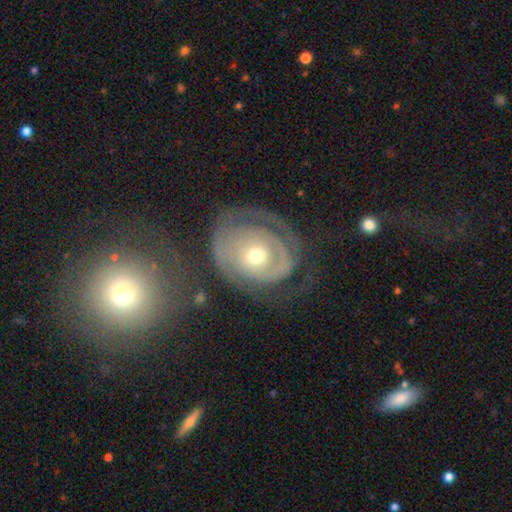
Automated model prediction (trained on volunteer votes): Smooth or featured?
  - featured or disk: 77% *
  - smooth: 17%
  - star or artifact: 6%
Edge-on disk?
  - no: 96% *
  - yes: 4%
Bar?
  - no: 79% *
  - weak: 16%
  - strong: 5%
Spiral arms?
  - yes: 80% *
  - no: 20%
Spiral winding?
  - tight: 70% *
  - medium: 21%
  - loose: 10%
Spiral arm count?
  - can't tell: 30% *
  - 2: 29%
  - 1: 28%
  - 3: 7%
  - 4: 3%
  - more than 4: 3%
Bulge size?
  - moderate: 51% *
  - small: 44%
  - large: 3%
  - dominant: 1%
  - none: 1%
Merging?
  - none: 51% *
  - major disturbance: 24%
  - minor disturbance: 19%
  - merger: 6%